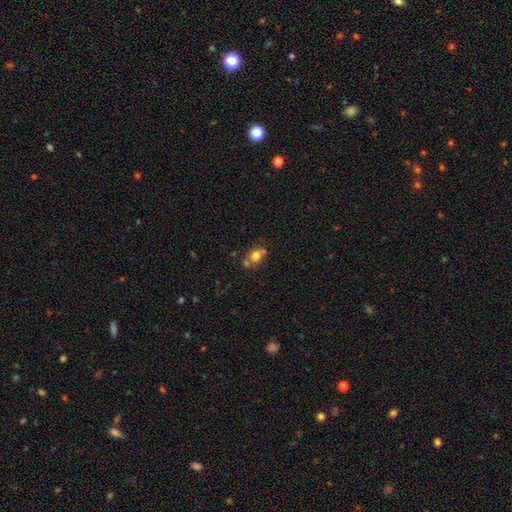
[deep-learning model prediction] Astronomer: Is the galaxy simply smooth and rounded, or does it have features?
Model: smooth — 71%.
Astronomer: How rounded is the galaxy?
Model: round — 65%.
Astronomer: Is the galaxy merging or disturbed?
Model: none — 56%.